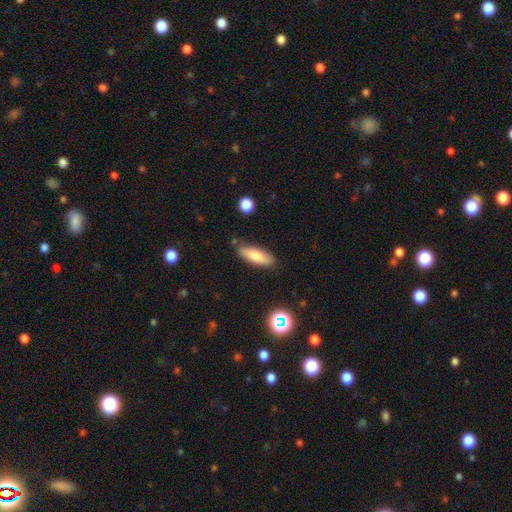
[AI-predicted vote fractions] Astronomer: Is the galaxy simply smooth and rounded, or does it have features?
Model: smooth — 76%.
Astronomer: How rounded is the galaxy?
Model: in between — 57% (runner-up: cigar-shaped, 41%).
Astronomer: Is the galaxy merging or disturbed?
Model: none — 80%.